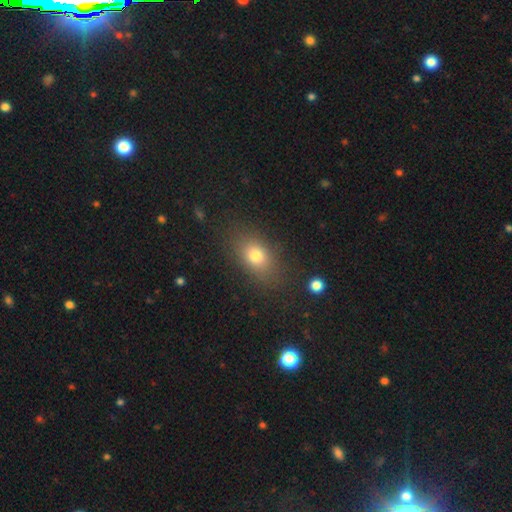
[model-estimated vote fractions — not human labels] A smooth galaxy with no disk features (75%) that is in between round and cigar-shaped (73%).

Vote fractions:
- Smooth or featured? smooth: 75% / star or artifact: 13% / featured or disk: 12%
- How rounded? in between: 73% / round: 24% / cigar-shaped: 3%
- Merging? none: 81% / minor disturbance: 12% / major disturbance: 5% / merger: 2%